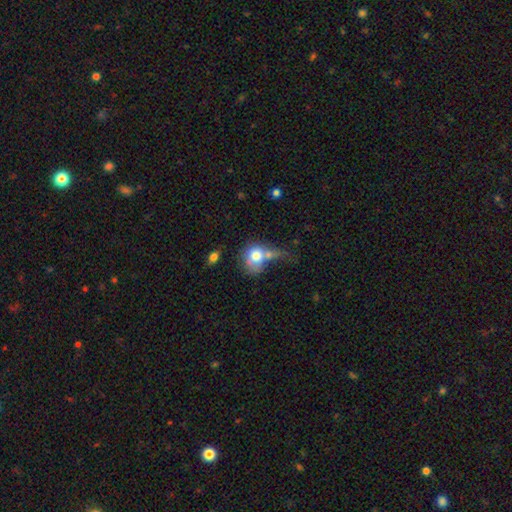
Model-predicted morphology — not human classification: Smooth or featured?
  - smooth: 70% *
  - featured or disk: 21%
  - star or artifact: 9%
How rounded?
  - round: 61% *
  - in between: 37%
  - cigar-shaped: 2%
Merging?
  - merger: 37% *
  - major disturbance: 30%
  - none: 18%
  - minor disturbance: 15%